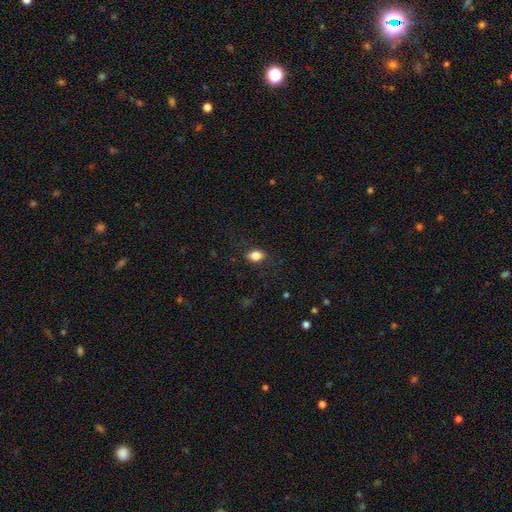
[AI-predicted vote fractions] Morphology: type=smooth (82%); roundness=in between (79%); merging=none (83%).